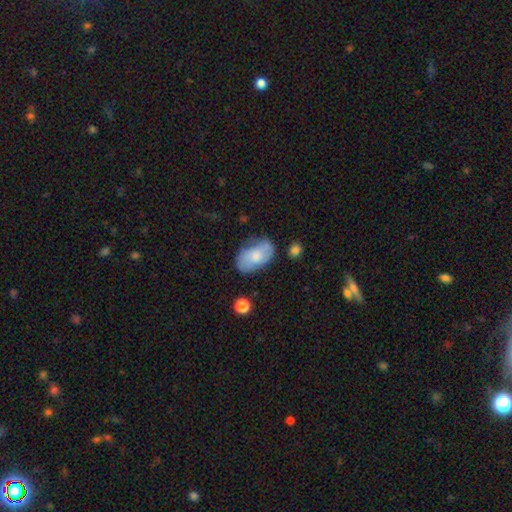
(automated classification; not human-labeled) A smooth galaxy with no disk features (65%) that is in between round and cigar-shaped (92%).

Vote fractions:
- Smooth or featured? smooth: 65% / featured or disk: 29% / star or artifact: 7%
- How rounded? in between: 92% / round: 7% / cigar-shaped: 1%
- Merging? none: 62% / minor disturbance: 26% / major disturbance: 8% / merger: 4%